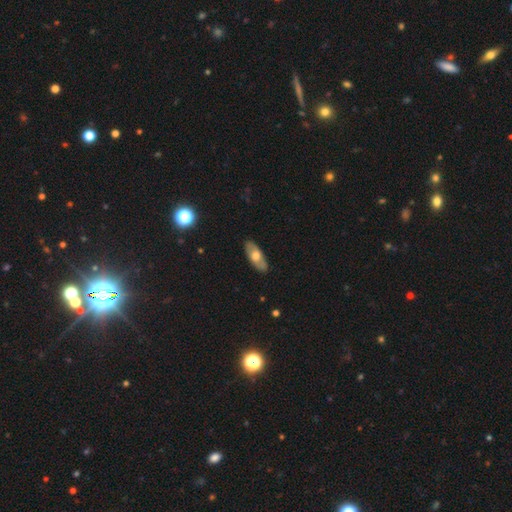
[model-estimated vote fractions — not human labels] This appears to be a smooth galaxy with no disk features (52%) that is in between round and cigar-shaped (82%). Merging: none (86%).